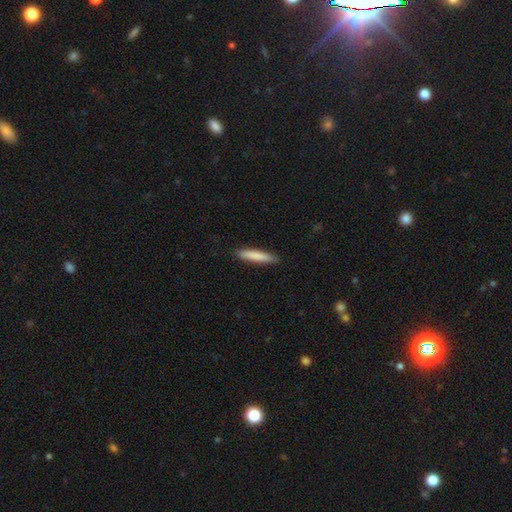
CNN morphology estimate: Q: Smooth or featured?
A: smooth (83%); runner-up: featured or disk (11%)
Q: How rounded?
A: cigar-shaped (88%); runner-up: in between (11%)
Q: Merging?
A: none (87%); runner-up: minor disturbance (10%)